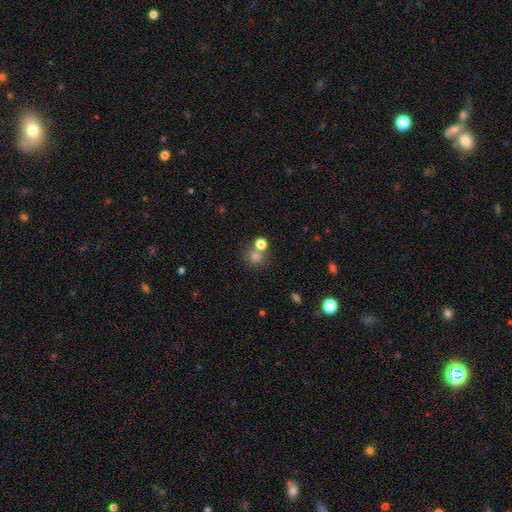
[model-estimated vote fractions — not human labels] Smooth or featured: smooth — 69% (star or artifact — 22%)
How rounded: round — 85% (in between — 14%)
Merging: none — 62% (merger — 26%)